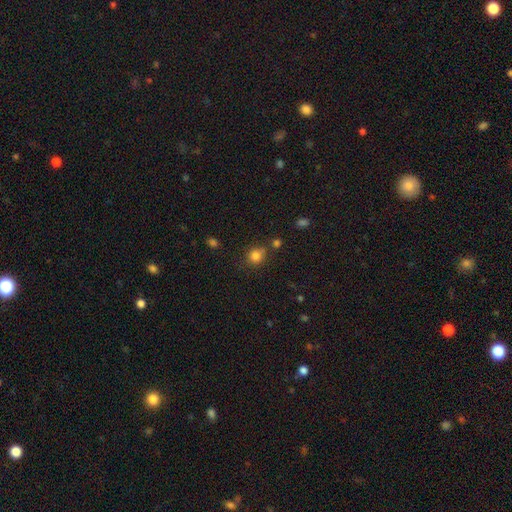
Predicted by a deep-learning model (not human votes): A smooth galaxy with no disk features (81%) that is round (80%).

Vote fractions:
- Smooth or featured? smooth: 81% / star or artifact: 13% / featured or disk: 6%
- How rounded? round: 80% / in between: 19% / cigar-shaped: 1%
- Merging? none: 70% / minor disturbance: 15% / merger: 11% / major disturbance: 5%